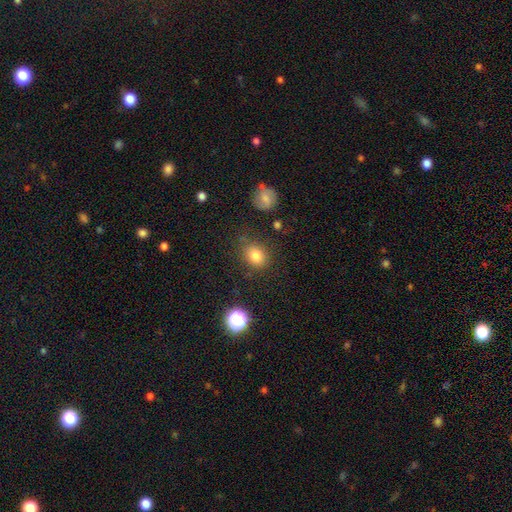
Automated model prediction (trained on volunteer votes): smooth-or-featured: smooth: 79% | star or artifact: 13% | featured or disk: 8%
  how-rounded: round: 51% | in between: 48% | cigar-shaped: 1%
  merging: none: 76% | minor disturbance: 15% | major disturbance: 5% | merger: 3%